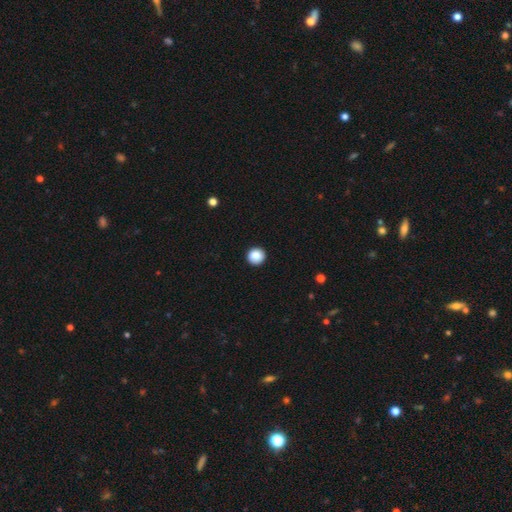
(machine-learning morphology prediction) A smooth galaxy with no disk features (88%) that is round (94%).

Vote fractions:
- Smooth or featured? smooth: 88% / star or artifact: 9% / featured or disk: 3%
- How rounded? round: 94% / in between: 5% / cigar-shaped: 1%
- Merging? none: 93% / minor disturbance: 5% / major disturbance: 1% / merger: 1%